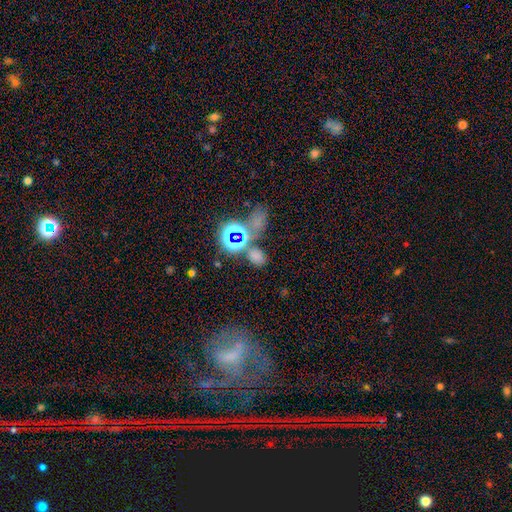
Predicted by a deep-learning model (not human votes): Overall: smooth (58%; star or artifact 35%). How rounded: in between (68%; round 30%). Merging: none (67%).